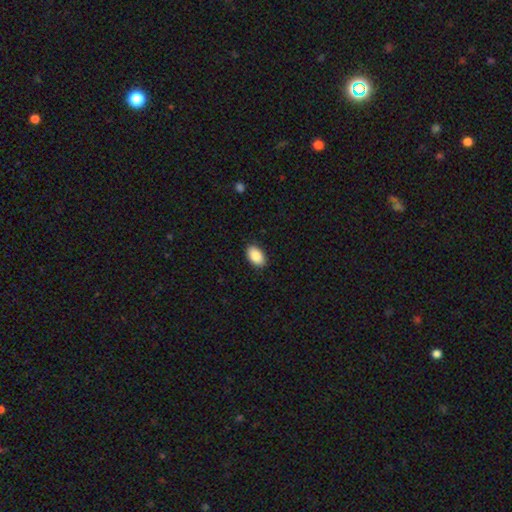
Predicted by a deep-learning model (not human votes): Overall: smooth (88%). How rounded: in between (93%). Merging: none (89%).